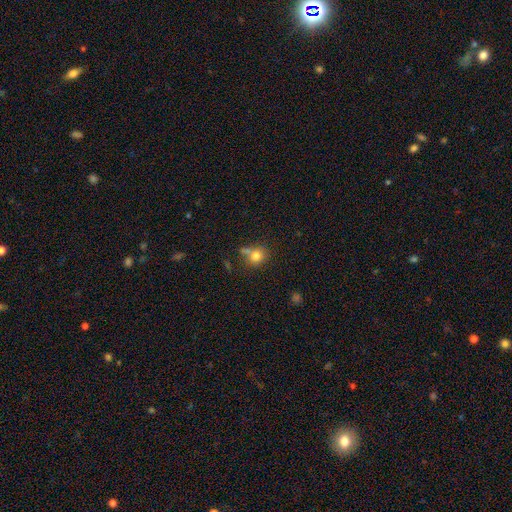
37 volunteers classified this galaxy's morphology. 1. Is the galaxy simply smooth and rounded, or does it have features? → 89% smooth, 5% featured or disk, 5% star or artifact.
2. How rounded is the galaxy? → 70% round, 30% in between, 0% cigar-shaped.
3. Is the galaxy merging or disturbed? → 66% none, 14% minor disturbance, 14% major disturbance, 6% merger.